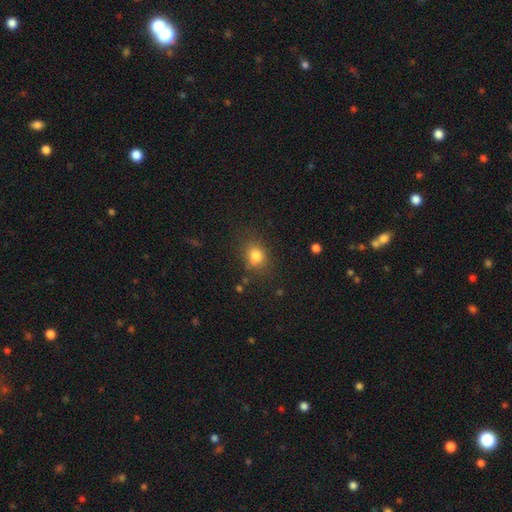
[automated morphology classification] smooth 80%, star or artifact 12%, featured or disk 7%. Down the decision tree: how rounded — round (56%); merging — none (72%).